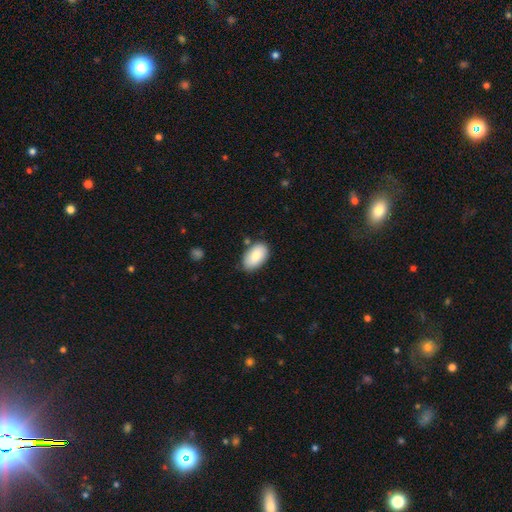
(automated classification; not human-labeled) smooth 82%, featured or disk 12%, star or artifact 6%. Down the decision tree: how rounded — in between (94%); merging — none (77%).